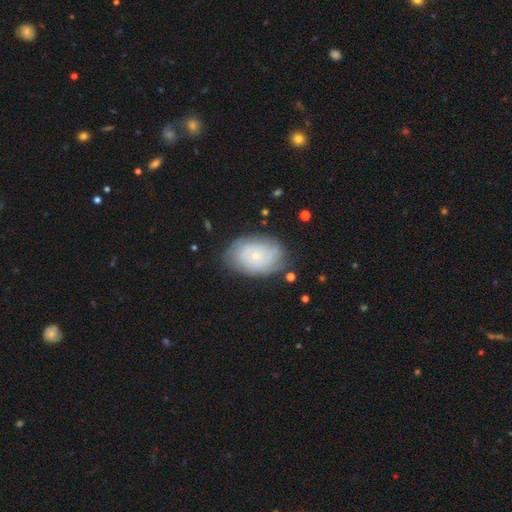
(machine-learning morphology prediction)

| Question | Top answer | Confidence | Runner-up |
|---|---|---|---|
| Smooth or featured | featured or disk | 54% | smooth (38%) |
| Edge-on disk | no | 95% | yes (5%) |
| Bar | no | 84% | weak (14%) |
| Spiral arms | yes | 77% | no (23%) |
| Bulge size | small | 81% | moderate (14%) |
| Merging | none | 75% | minor disturbance (18%) |